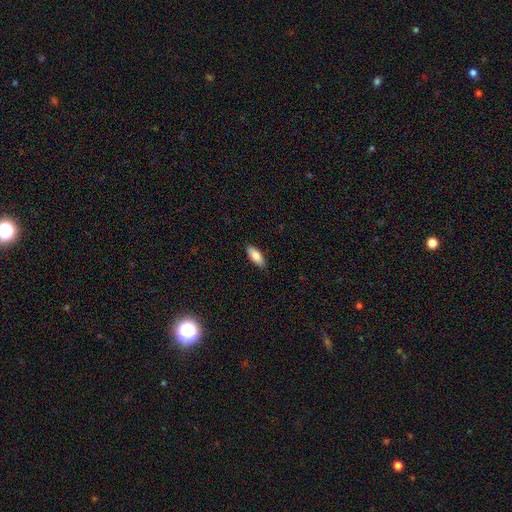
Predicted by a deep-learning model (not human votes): This is clearly a smooth galaxy (85%). How rounded: likely in between (78%). Merging: clearly none (86%).